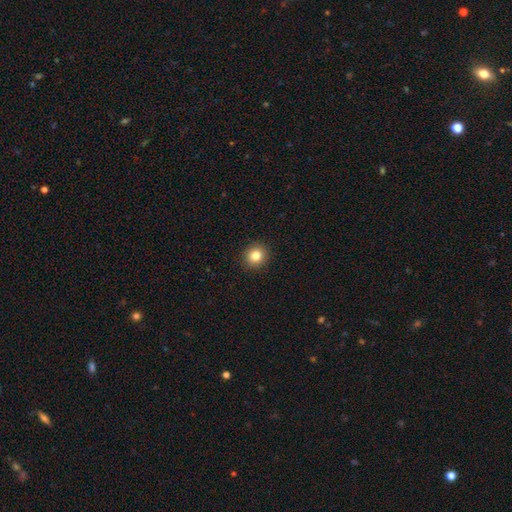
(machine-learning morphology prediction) smooth_or_featured: smooth (p=0.83) [alt: star or artifact p=0.11]
how_rounded: round (p=0.91) [alt: in between p=0.08]
merging: none (p=0.93) [alt: minor disturbance p=0.05]